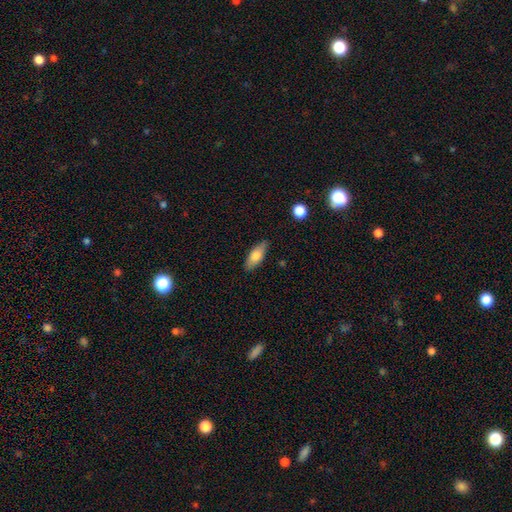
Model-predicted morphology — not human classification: A smooth galaxy with no disk features (74%) that is in between round and cigar-shaped (73%). Merging: none (84%).